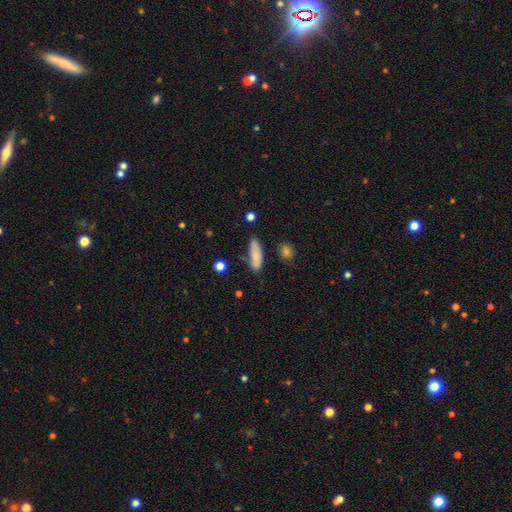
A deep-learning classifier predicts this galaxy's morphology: smooth-or-featured: smooth: 84% | featured or disk: 9% | star or artifact: 7%
  how-rounded: in between: 53% | cigar-shaped: 44% | round: 3%
  merging: none: 72% | minor disturbance: 20% | major disturbance: 4% | merger: 4%